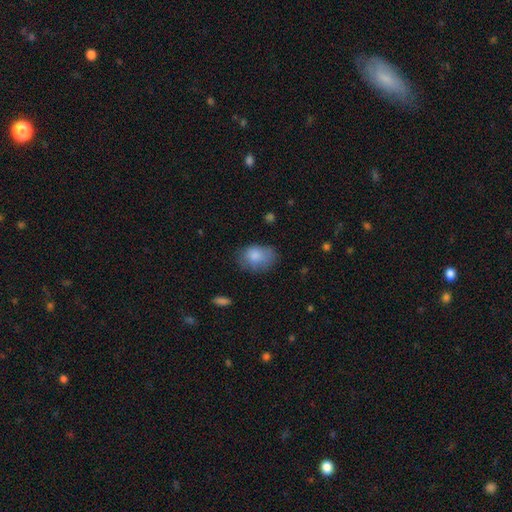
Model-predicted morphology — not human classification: The model was most divided on "merging": none: 60%, minor disturbance: 28%, major disturbance: 10%, merger: 2%. More confident: smooth or featured — smooth (82%); how rounded — in between (76%).